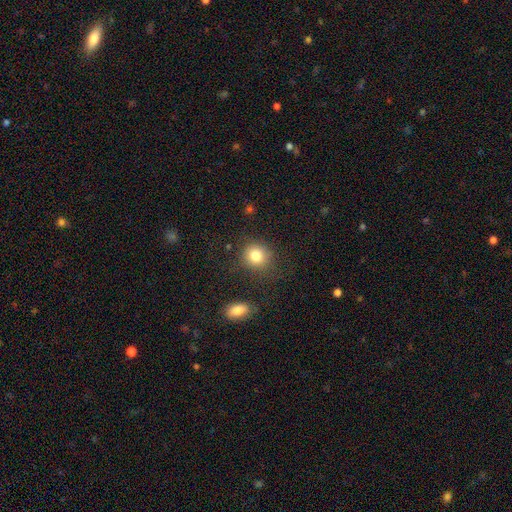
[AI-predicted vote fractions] The model was most divided on "merging": none: 80%, minor disturbance: 12%, major disturbance: 5%, merger: 4%. More confident: how rounded — round (84%); smooth or featured — smooth (82%).